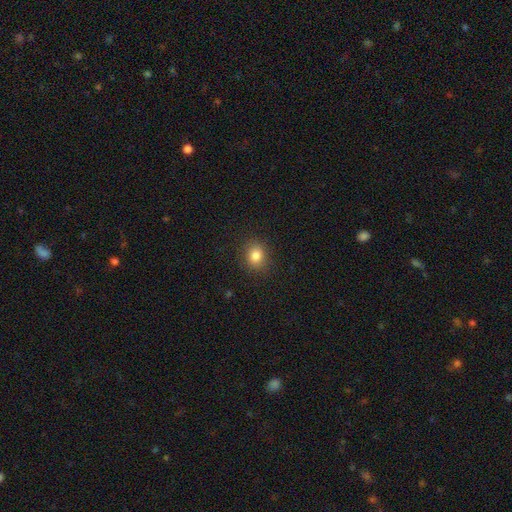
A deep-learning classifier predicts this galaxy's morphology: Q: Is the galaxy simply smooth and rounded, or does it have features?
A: smooth — 83%.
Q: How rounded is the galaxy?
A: round — 65%.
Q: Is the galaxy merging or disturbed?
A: none — 88%.